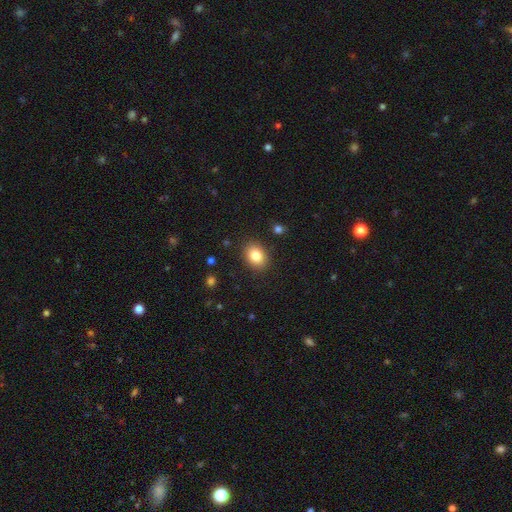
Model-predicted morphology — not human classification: Smooth or featured?
  - smooth: 84% *
  - star or artifact: 9%
  - featured or disk: 7%
How rounded?
  - in between: 66% *
  - round: 33%
  - cigar-shaped: 1%
Merging?
  - none: 88% *
  - minor disturbance: 8%
  - major disturbance: 2%
  - merger: 1%